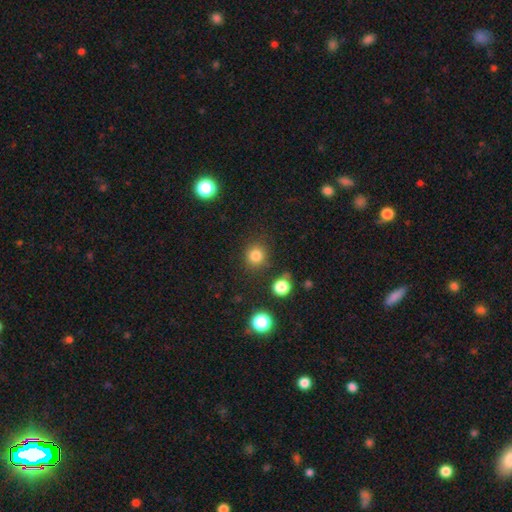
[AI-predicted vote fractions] A smooth galaxy with no disk features (82%) that is round (90%). Merging: none (85%).